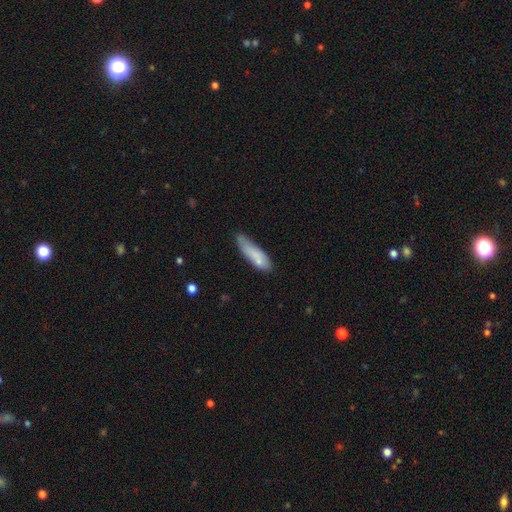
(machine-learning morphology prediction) smooth_or_featured: smooth (p=0.76) [alt: featured or disk p=0.17]
how_rounded: cigar-shaped (p=0.63) [alt: in between p=0.35]
merging: none (p=0.52) [alt: minor disturbance p=0.31]